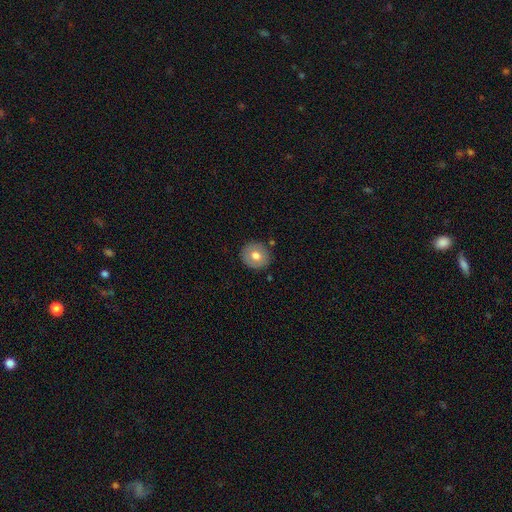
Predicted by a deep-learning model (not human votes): The model was most divided on "smooth or featured": smooth: 69%, featured or disk: 23%, star or artifact: 8%. More confident: merging — none (86%); how rounded — round (85%).